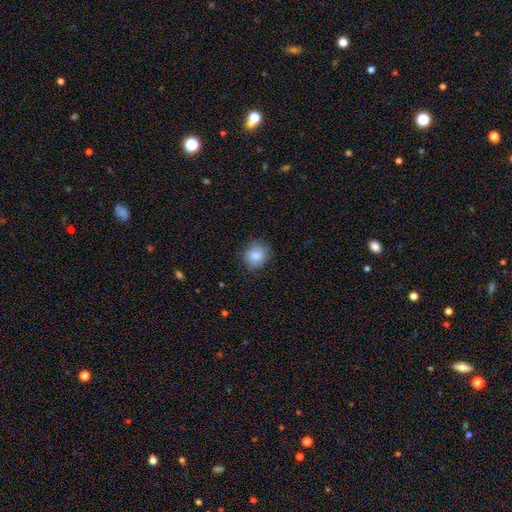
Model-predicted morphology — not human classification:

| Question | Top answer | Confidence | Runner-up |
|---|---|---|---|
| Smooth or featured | smooth | 84% | star or artifact (8%) |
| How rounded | round | 78% | in between (21%) |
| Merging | none | 81% | minor disturbance (14%) |